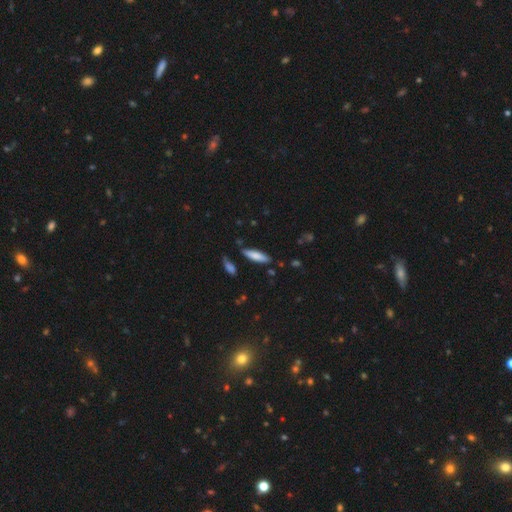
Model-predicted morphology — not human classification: type=smooth (77%); roundness=cigar-shaped (63%); merging=none (79%).